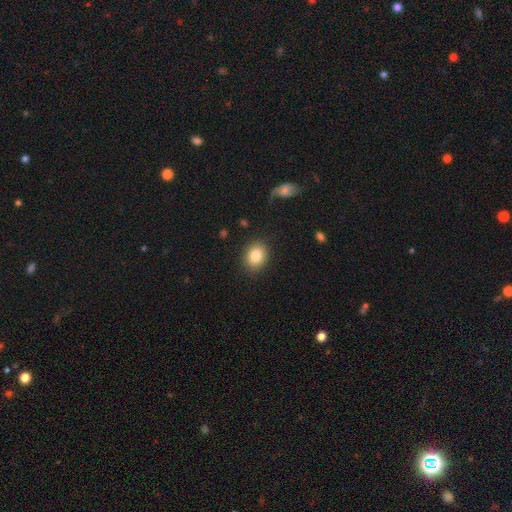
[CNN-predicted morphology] Q: Smooth or featured?
A: smooth (84%); runner-up: star or artifact (9%)
Q: How rounded?
A: in between (51%); runner-up: round (48%)
Q: Merging?
A: none (87%); runner-up: minor disturbance (9%)